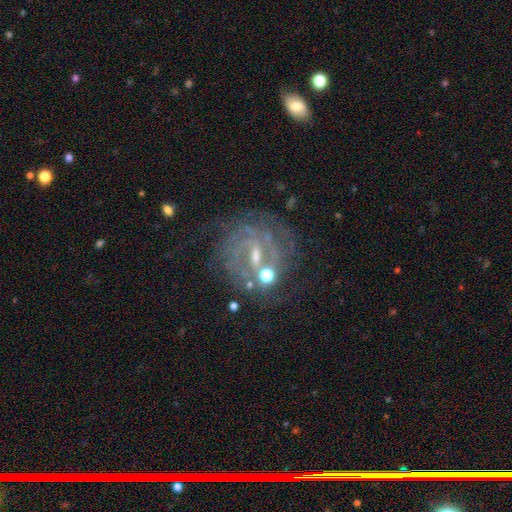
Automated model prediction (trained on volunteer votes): smooth-or-featured: featured or disk: 76% | star or artifact: 15% | smooth: 9%
  disk-edge-on: no: 96% | yes: 4%
    bar: weak: 45% | strong: 34% | no: 21%
    has-spiral-arms: yes: 88% | no: 12%
      spiral-winding: tight: 64% | medium: 28% | loose: 8%
      spiral-arm-count: can't tell: 35% | 2: 29% | 3: 16% | 4: 8% | 1: 6% | more than 4: 6%
    bulge-size: small: 57% | moderate: 29% | none: 10% | large: 3% | dominant: 1%
  merging: none: 67% | minor disturbance: 15% | major disturbance: 11% | merger: 7%